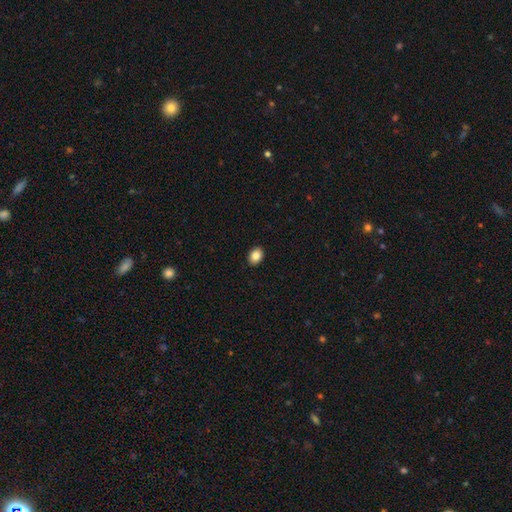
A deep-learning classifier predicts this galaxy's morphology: The model was most divided on "how rounded": in between: 67%, round: 32%, cigar-shaped: 1%. More confident: merging — none (91%); smooth or featured — smooth (86%).